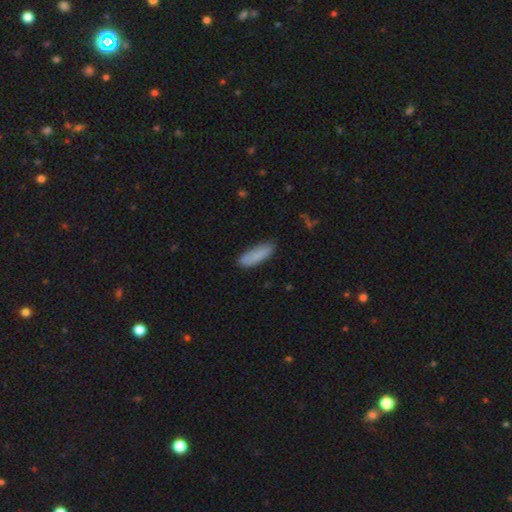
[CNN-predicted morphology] smooth_or_featured: smooth (p=0.87) [alt: featured or disk p=0.07]
how_rounded: cigar-shaped (p=0.50) [alt: in between p=0.49]
merging: none (p=0.80) [alt: minor disturbance p=0.16]